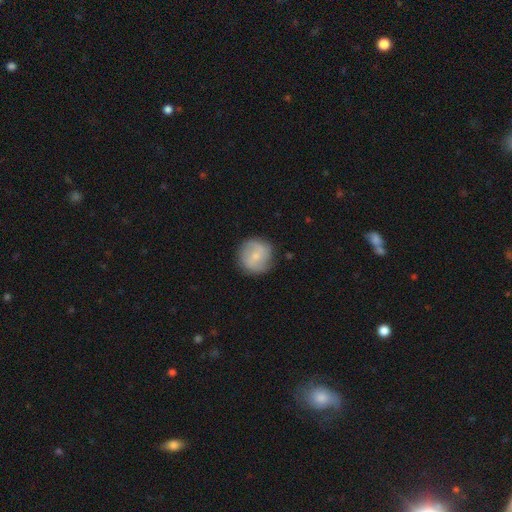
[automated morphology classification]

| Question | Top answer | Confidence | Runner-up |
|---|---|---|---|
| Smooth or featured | smooth | 51% | featured or disk (42%) |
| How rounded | round | 93% | in between (6%) |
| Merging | none | 84% | minor disturbance (12%) |